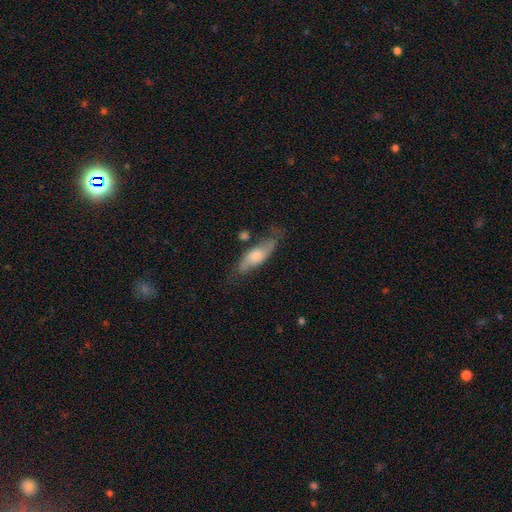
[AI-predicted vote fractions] The model was most divided on "smooth or featured": smooth: 54%, featured or disk: 40%, star or artifact: 6%. More confident: merging — none (63%); how rounded — in between (56%).